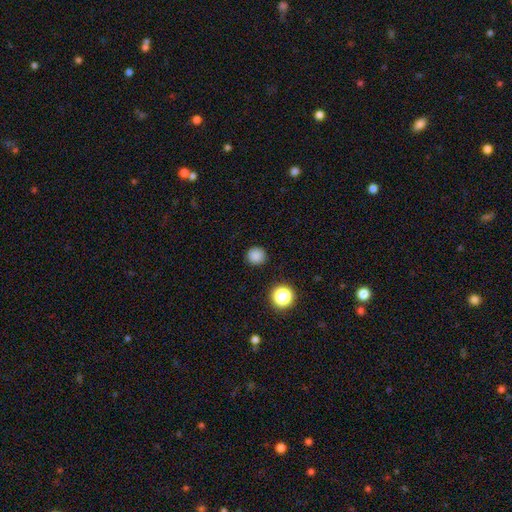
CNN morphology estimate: smooth-or-featured: smooth: 83% | star or artifact: 13% | featured or disk: 3%
  how-rounded: round: 93% | in between: 6% | cigar-shaped: 1%
  merging: none: 89% | minor disturbance: 7% | major disturbance: 2% | merger: 1%